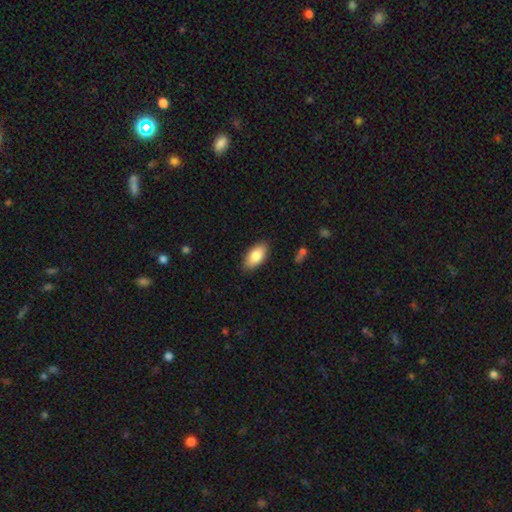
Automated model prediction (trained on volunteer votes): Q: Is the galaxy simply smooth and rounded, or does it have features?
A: smooth — 84%.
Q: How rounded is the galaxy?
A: in between — 93%.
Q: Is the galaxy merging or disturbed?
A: none — 86%.